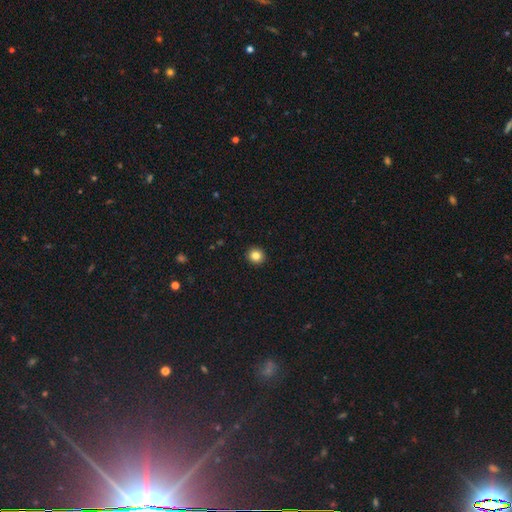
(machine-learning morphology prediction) type=smooth (84%); roundness=round (91%); merging=none (94%).